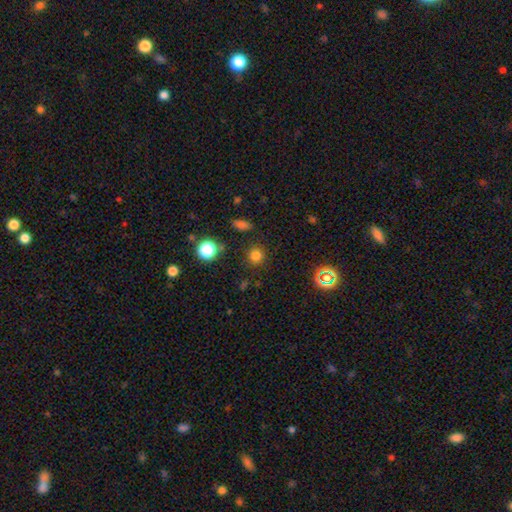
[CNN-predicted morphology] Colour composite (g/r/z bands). It shows a smooth galaxy with no disk features (76%) that is round (93%). Merging: none (88%).